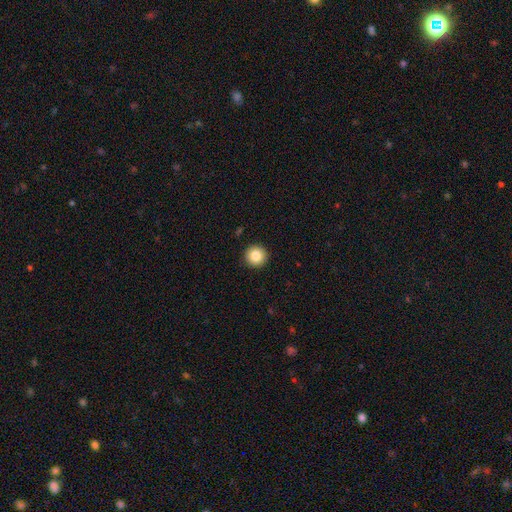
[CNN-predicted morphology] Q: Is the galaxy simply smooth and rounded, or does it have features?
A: smooth — 85%.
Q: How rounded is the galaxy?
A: round — 96%.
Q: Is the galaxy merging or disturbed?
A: none — 93%.